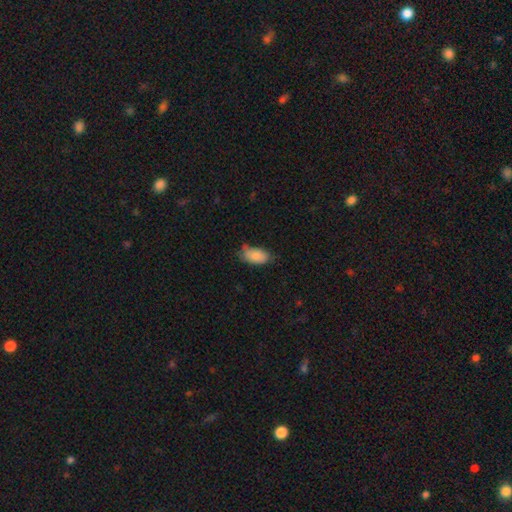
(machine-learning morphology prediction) A smooth galaxy with no disk features (84%) that is in between round and cigar-shaped (94%). Merging: none (57%).